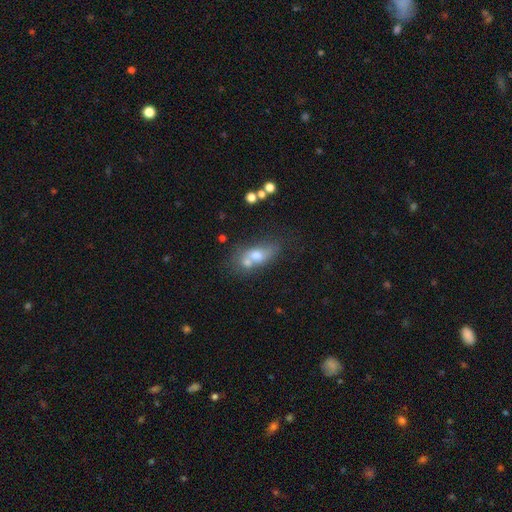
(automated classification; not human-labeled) smooth 61%, featured or disk 28%, star or artifact 12%. Down the decision tree: how rounded — in between (67%); merging — merger (50%).